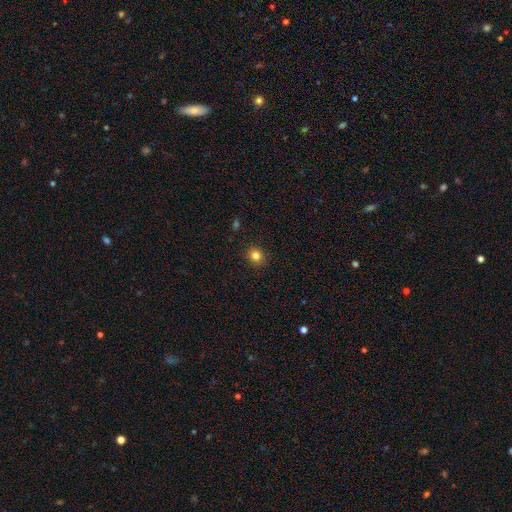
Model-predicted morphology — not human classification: This is clearly a smooth galaxy (82%). How rounded: likely round (73%). Merging: clearly none (90%).